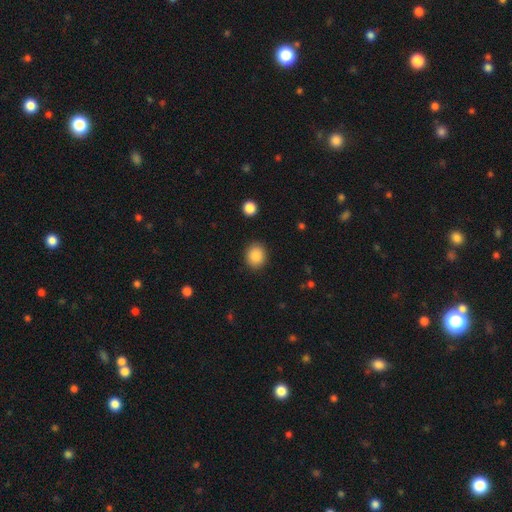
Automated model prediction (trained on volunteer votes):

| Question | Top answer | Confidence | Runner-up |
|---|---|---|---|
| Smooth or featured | smooth | 88% | star or artifact (9%) |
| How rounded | round | 70% | in between (29%) |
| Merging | none | 89% | minor disturbance (7%) |